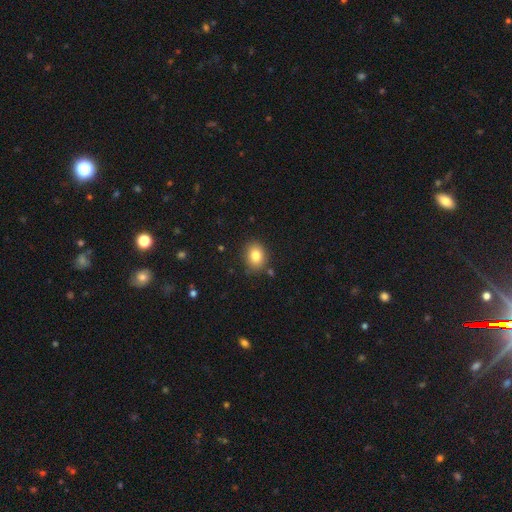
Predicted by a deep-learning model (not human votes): This is clearly a smooth galaxy (81%). How rounded: possibly in between (51%). Merging: clearly none (85%).